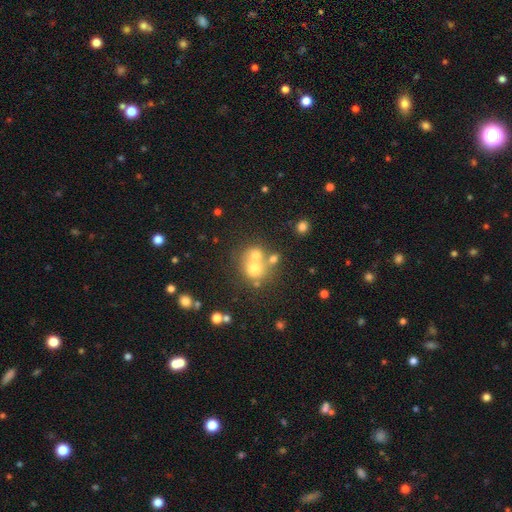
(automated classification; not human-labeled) Q: Smooth or featured?
A: smooth (63%); runner-up: featured or disk (21%)
Q: How rounded?
A: round (79%); runner-up: in between (20%)
Q: Merging?
A: merger (50%); runner-up: none (37%)